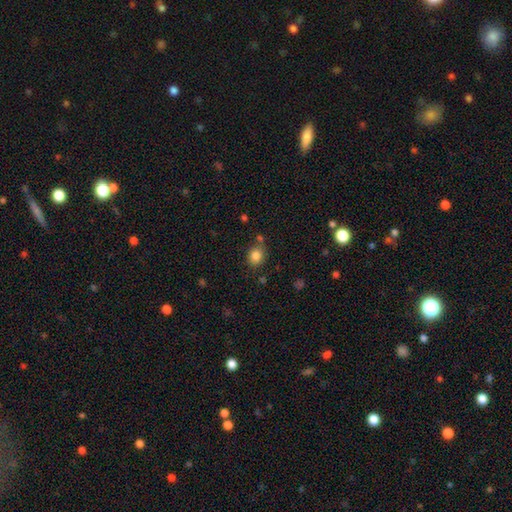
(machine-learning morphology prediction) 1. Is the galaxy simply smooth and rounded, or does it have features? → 84% smooth, 11% star or artifact, 5% featured or disk.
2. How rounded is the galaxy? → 68% round, 31% in between, 1% cigar-shaped.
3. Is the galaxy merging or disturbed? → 75% none, 13% minor disturbance, 9% merger, 3% major disturbance.